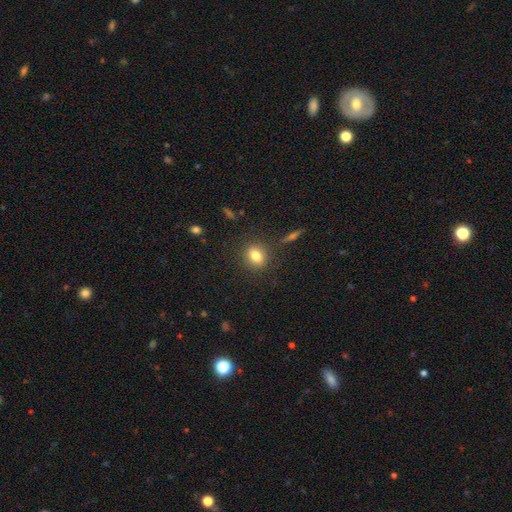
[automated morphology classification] Smooth or featured? smooth (81%)
How rounded? in between (53%)
Merging? none (85%)